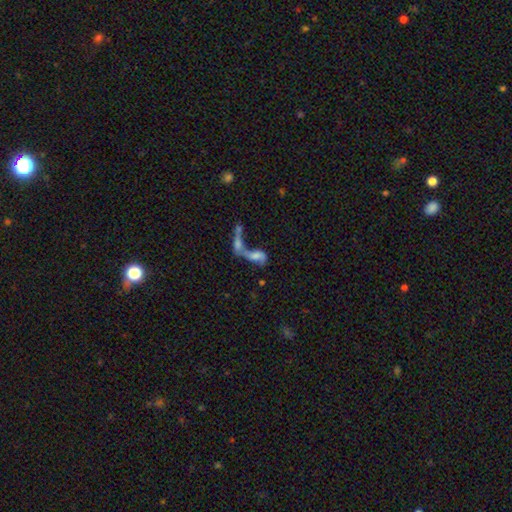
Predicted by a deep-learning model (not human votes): Smooth or featured? smooth (47%)
Merging? merger (74%)